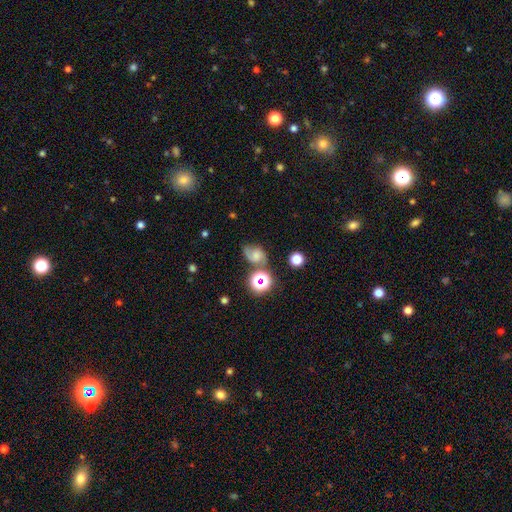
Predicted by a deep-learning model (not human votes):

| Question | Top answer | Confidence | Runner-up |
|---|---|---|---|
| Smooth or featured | featured or disk | 41% | star or artifact (30%) |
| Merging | none | 59% | minor disturbance (19%) |